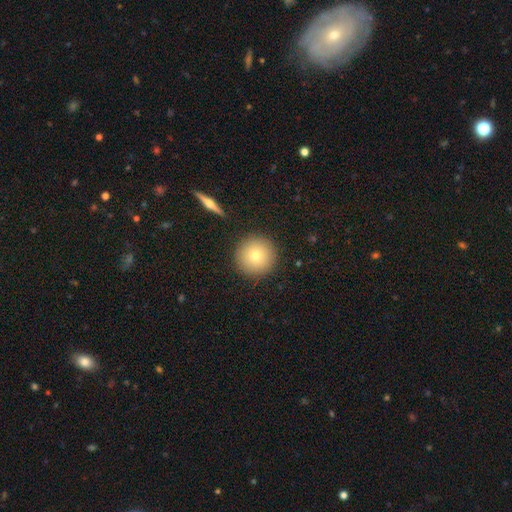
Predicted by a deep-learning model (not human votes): This is likely a smooth galaxy (77%). How rounded: clearly round (96%). Merging: clearly none (90%).